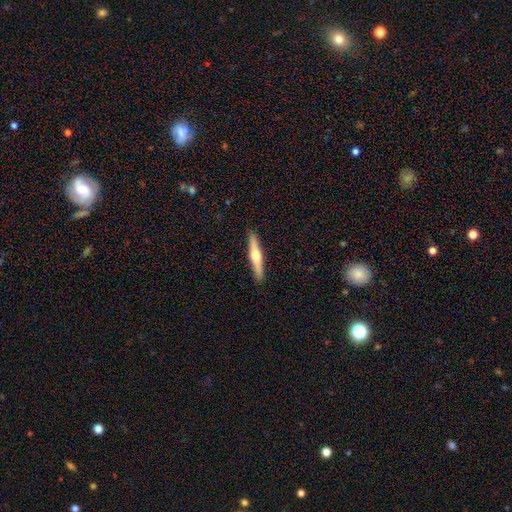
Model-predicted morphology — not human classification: Overall: featured or disk (57%; smooth 38%). Edge-on disk: yes (97%). Edge-on bulge: rounded (90%). Merging: none (91%).